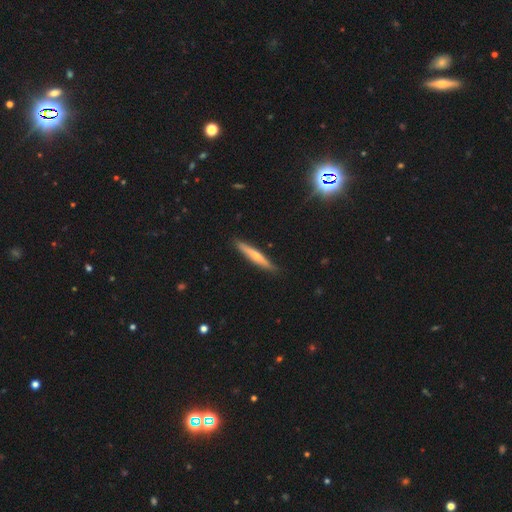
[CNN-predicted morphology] smooth 53%, featured or disk 41%, star or artifact 6%. Down the decision tree: how rounded — cigar-shaped (93%); merging — none (88%).